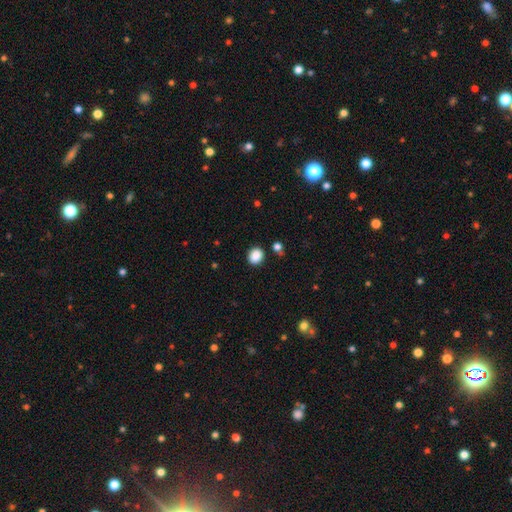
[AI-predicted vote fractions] A smooth galaxy with no disk features (88%) that is round (64%).

Vote fractions:
- Smooth or featured? smooth: 88% / star or artifact: 9% / featured or disk: 3%
- How rounded? round: 64% / in between: 35% / cigar-shaped: 1%
- Merging? none: 85% / minor disturbance: 9% / merger: 3% / major disturbance: 3%